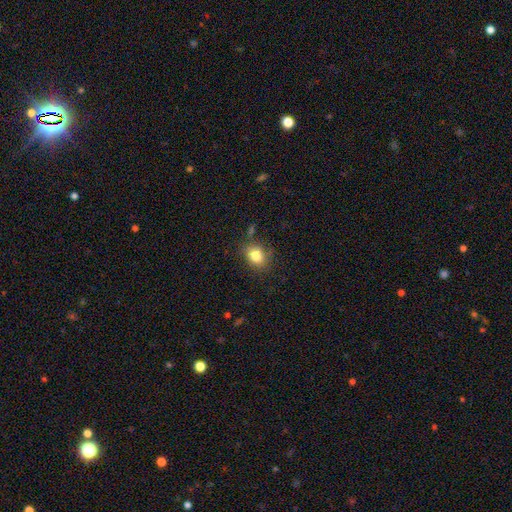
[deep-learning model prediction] The model was most divided on "how rounded": in between: 53%, round: 46%, cigar-shaped: 1%. More confident: smooth or featured — smooth (81%); merging — none (75%).